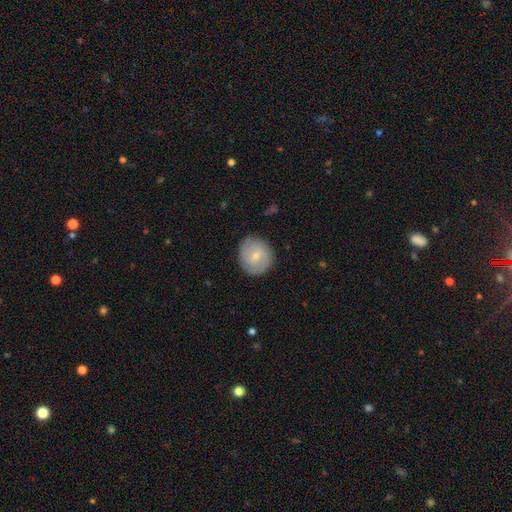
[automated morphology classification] smooth_or_featured: smooth (p=0.55) [alt: featured or disk p=0.39]
how_rounded: round (p=0.87) [alt: in between p=0.12]
merging: none (p=0.85) [alt: minor disturbance p=0.11]